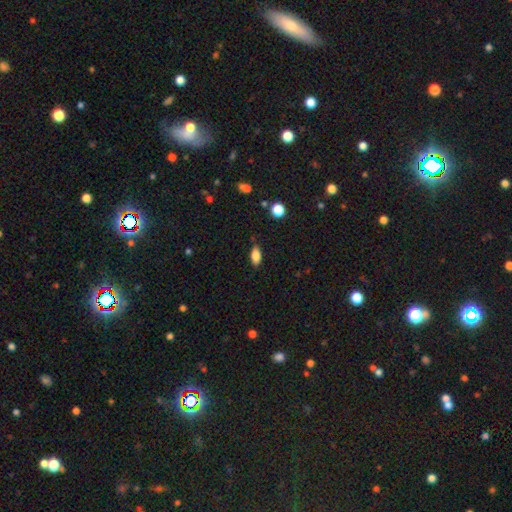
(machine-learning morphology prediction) This appears to be a smooth galaxy with no disk features (84%) that is in between round and cigar-shaped (87%). Merging: none (81%).